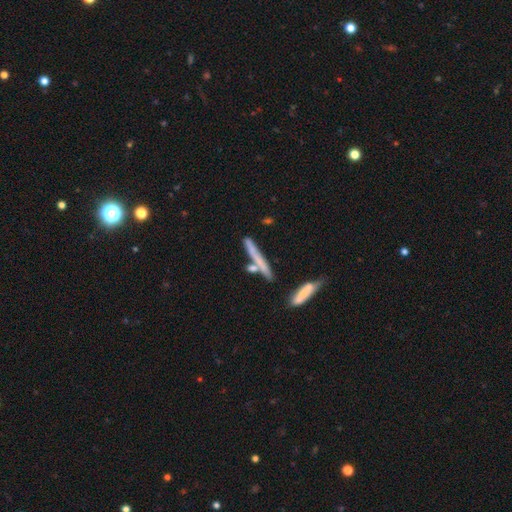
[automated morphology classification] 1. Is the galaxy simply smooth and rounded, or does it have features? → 49% smooth, 42% featured or disk, 9% star or artifact.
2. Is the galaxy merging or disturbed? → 68% none, 15% merger, 13% minor disturbance, 4% major disturbance.